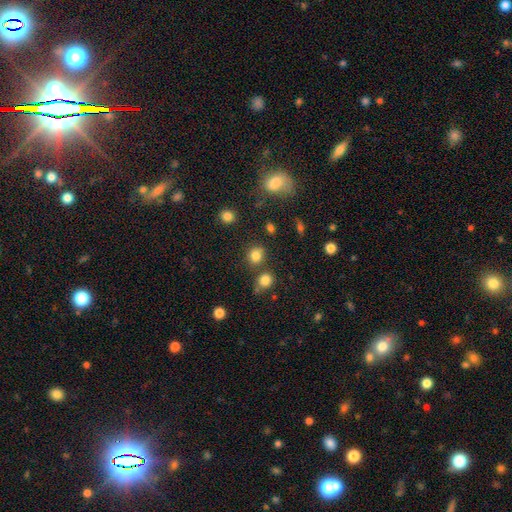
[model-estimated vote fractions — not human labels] This appears to be a smooth galaxy with no disk features (81%) that is round (79%). Merging: none (73%).